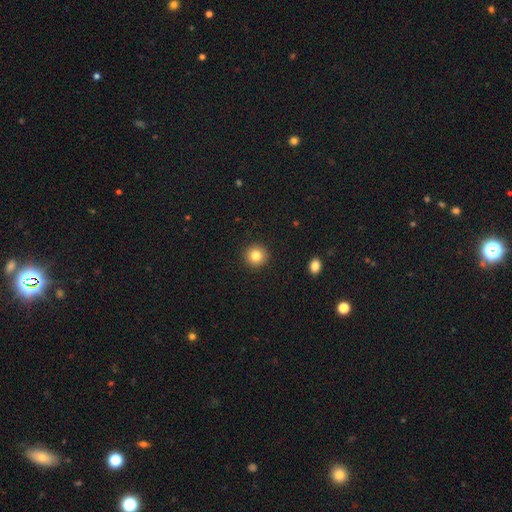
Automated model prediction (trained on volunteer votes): Smooth or featured? smooth (82%)
How rounded? round (94%)
Merging? none (92%)